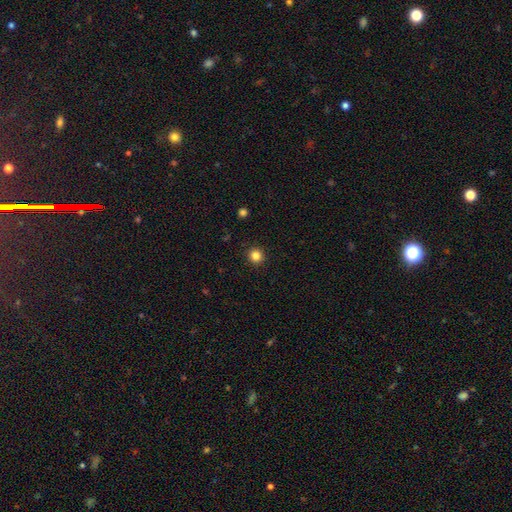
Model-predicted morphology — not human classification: Smooth or featured? Predicted: smooth (p=0.84). How rounded? Predicted: round (p=0.94). Merging? Predicted: none (p=0.93).